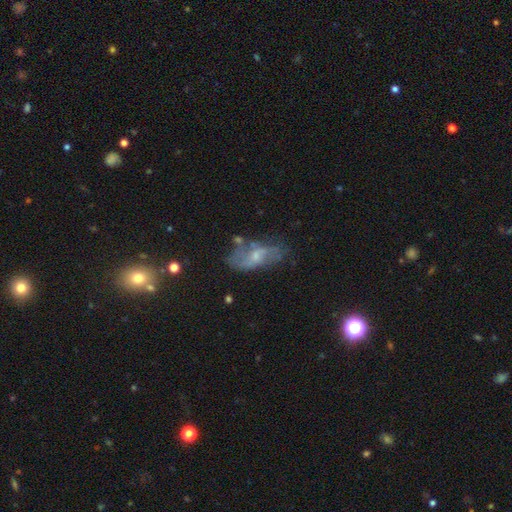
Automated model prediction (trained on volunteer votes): A featured or disk galaxy (56%).

Vote fractions:
- Smooth or featured? featured or disk: 56% / smooth: 35% / star or artifact: 10%
- Edge-on disk? no: 89% / yes: 11%
- Merging? none: 51% / minor disturbance: 26% / major disturbance: 16% / merger: 7%